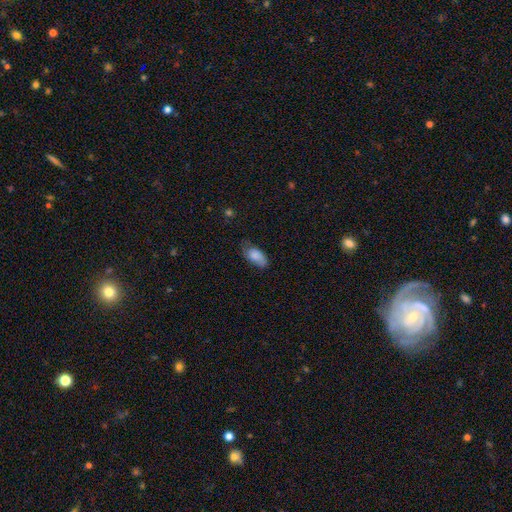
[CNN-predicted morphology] smooth_or_featured: smooth (p=0.81) [alt: featured or disk p=0.12]
how_rounded: in between (p=0.92) [alt: cigar-shaped p=0.05]
merging: none (p=0.57) [alt: minor disturbance p=0.32]